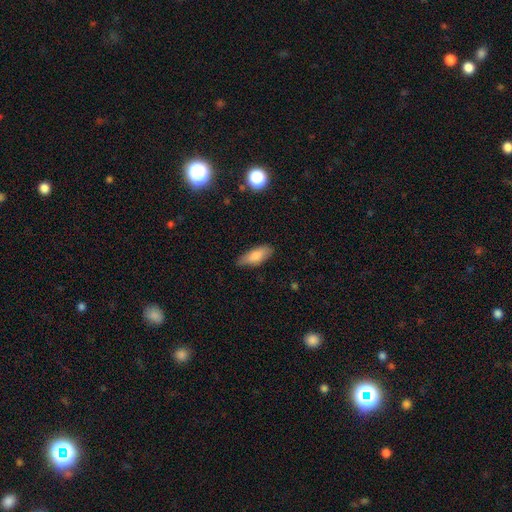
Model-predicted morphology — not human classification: A smooth galaxy with no disk features (79%) that is in between round and cigar-shaped (71%).

Vote fractions:
- Smooth or featured? smooth: 79% / featured or disk: 14% / star or artifact: 7%
- How rounded? in between: 71% / cigar-shaped: 27% / round: 2%
- Merging? none: 80% / minor disturbance: 16% / major disturbance: 3% / merger: 1%